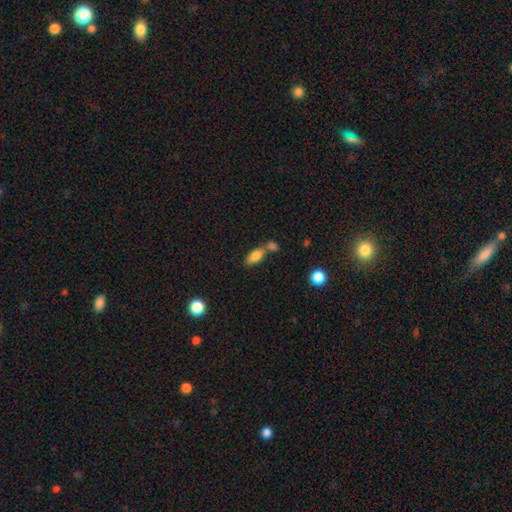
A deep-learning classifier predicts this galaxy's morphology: A smooth galaxy with no disk features (80%) that is in between round and cigar-shaped (85%). Merging: none (43%).